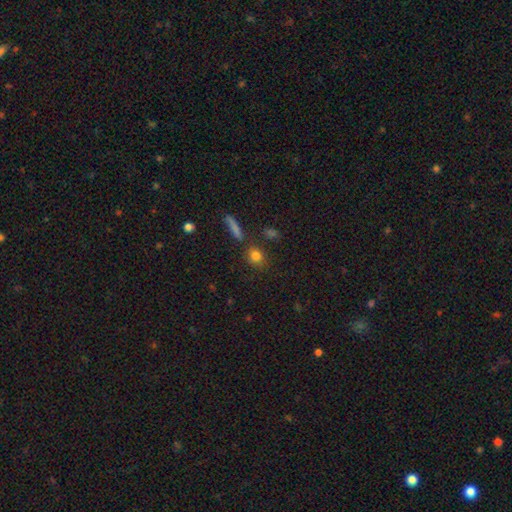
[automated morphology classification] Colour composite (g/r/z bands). It shows a smooth galaxy with no disk features (81%) that is round (64%). Merging: none (78%).